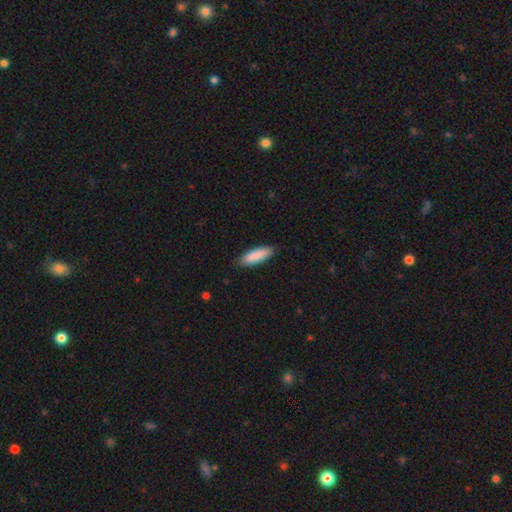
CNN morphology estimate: A smooth galaxy with no disk features (89%) that is in between round and cigar-shaped (54%).

Vote fractions:
- Smooth or featured? smooth: 89% / featured or disk: 6% / star or artifact: 5%
- How rounded? in between: 54% / cigar-shaped: 44% / round: 1%
- Merging? none: 86% / minor disturbance: 11% / major disturbance: 2% / merger: 1%